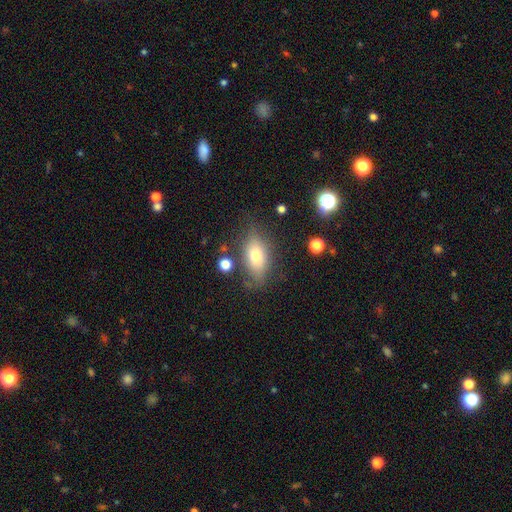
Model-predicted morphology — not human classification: This is likely a smooth galaxy (71%). How rounded: clearly in between (86%). Merging: likely none (67%).